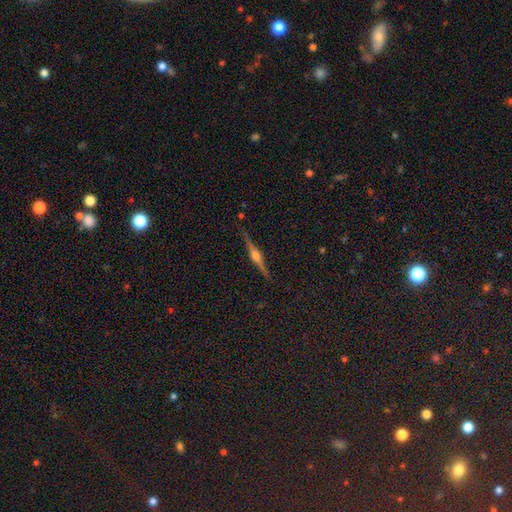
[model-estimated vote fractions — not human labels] A featured or disk galaxy (81%) viewed edge-on (98%) with a rounded central bulge (92%). Merging: none (90%).